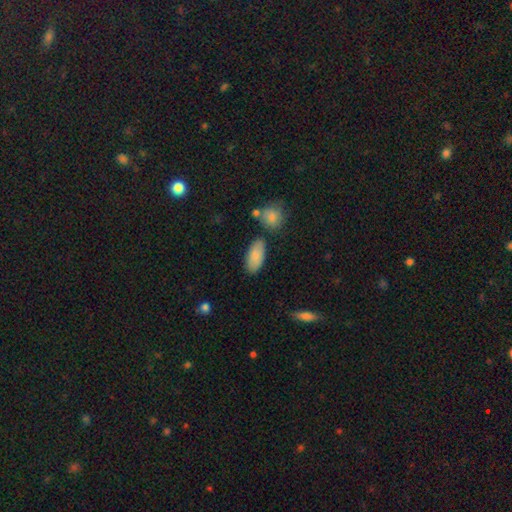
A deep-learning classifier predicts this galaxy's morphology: Q: Smooth or featured?
A: smooth (86%); runner-up: featured or disk (8%)
Q: How rounded?
A: in between (92%); runner-up: cigar-shaped (6%)
Q: Merging?
A: none (78%); runner-up: minor disturbance (13%)